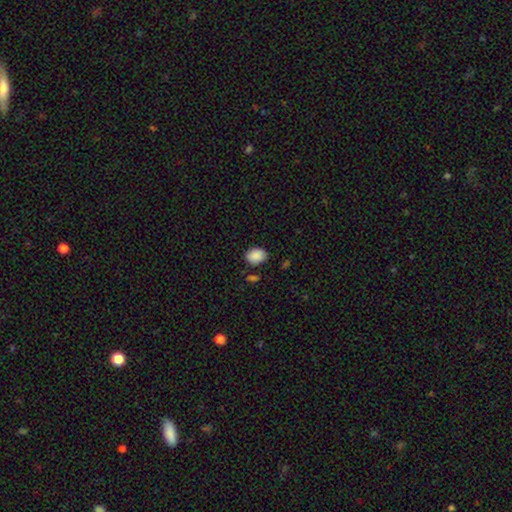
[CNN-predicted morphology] The model was most divided on "how rounded": in between: 71%, round: 28%, cigar-shaped: 1%. More confident: smooth or featured — smooth (89%); merging — none (77%).